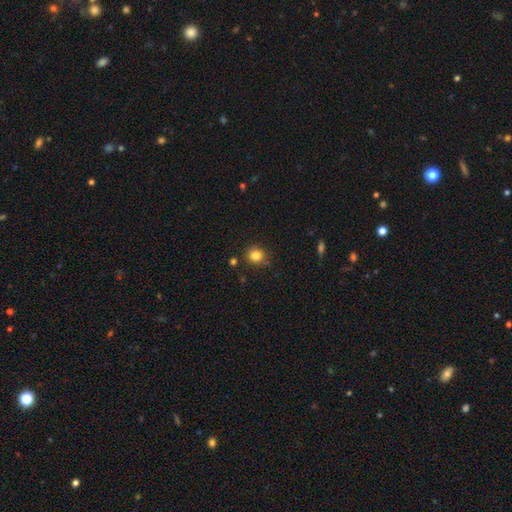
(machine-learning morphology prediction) A smooth galaxy with no disk features (82%) that is round (81%).

Vote fractions:
- Smooth or featured? smooth: 82% / star or artifact: 11% / featured or disk: 6%
- How rounded? round: 81% / in between: 18% / cigar-shaped: 1%
- Merging? none: 82% / minor disturbance: 12% / merger: 3% / major disturbance: 3%